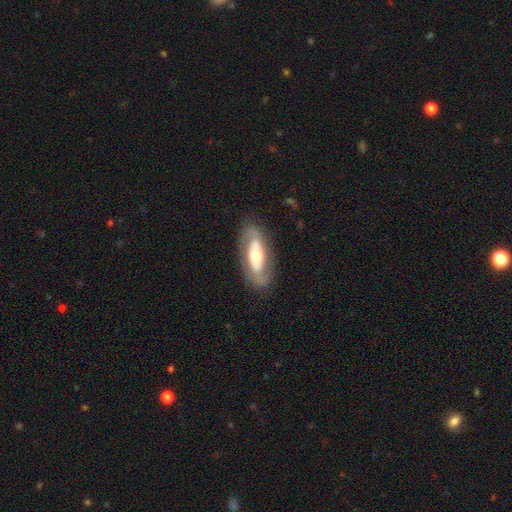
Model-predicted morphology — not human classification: featured or disk 65%, smooth 30%, star or artifact 6%. Down the decision tree: edge-on disk — no (85%); bar — no (61%); spiral arms — yes (51%); bulge size — moderate (62%); merging — none (79%).